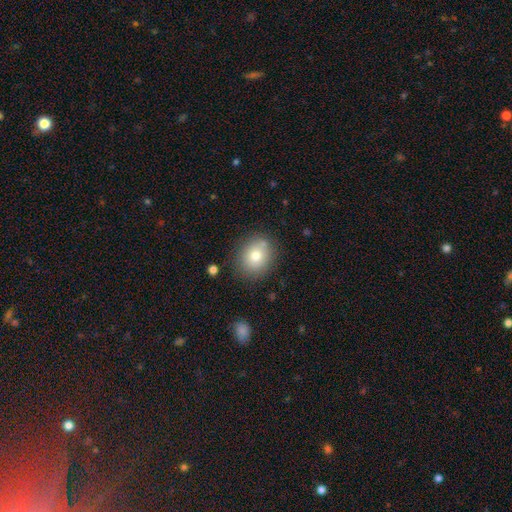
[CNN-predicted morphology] smooth_or_featured: smooth (p=0.76) [alt: featured or disk p=0.13]
how_rounded: round (p=0.68) [alt: in between p=0.31]
merging: none (p=0.80) [alt: minor disturbance p=0.12]